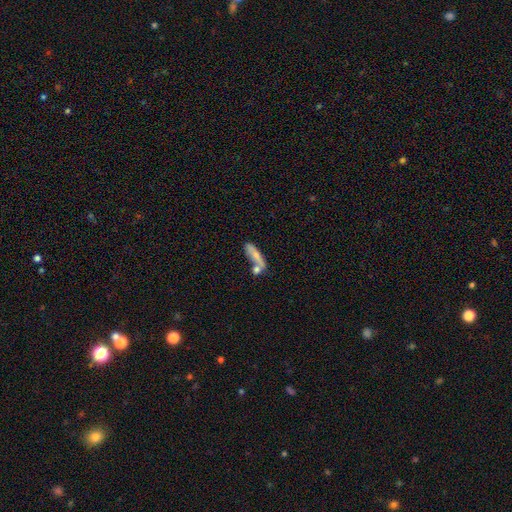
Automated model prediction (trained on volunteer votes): This appears to be a smooth galaxy with no disk features (63%) that is cigar-shaped (58%). Merging: merger (39%).